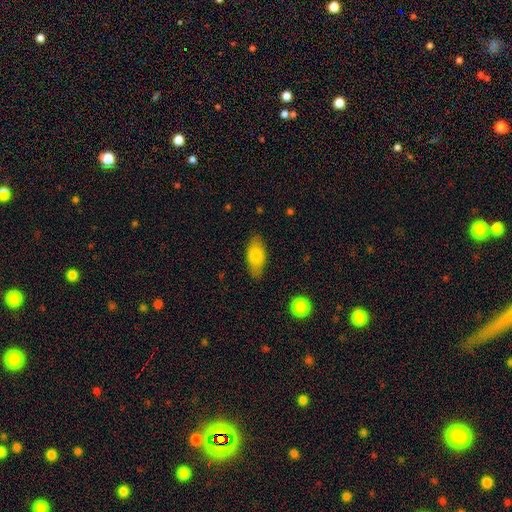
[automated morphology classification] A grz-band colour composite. It shows a smooth galaxy with no disk features (82%) that is in between round and cigar-shaped (88%). Merging: none (81%).